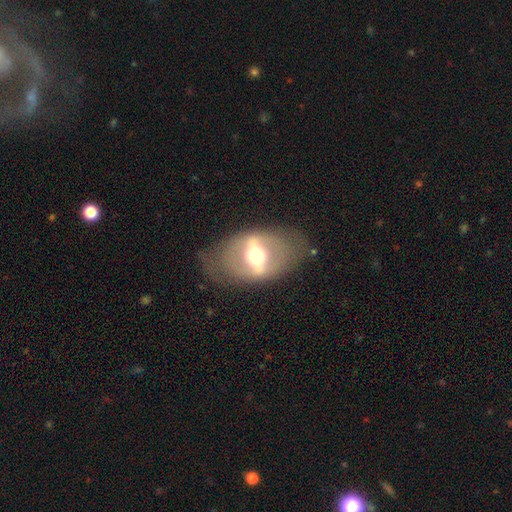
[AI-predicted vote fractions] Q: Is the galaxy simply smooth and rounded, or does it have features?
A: featured or disk — 71%.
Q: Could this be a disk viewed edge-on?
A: no — 82%.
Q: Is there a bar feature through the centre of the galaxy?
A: strong — 73%.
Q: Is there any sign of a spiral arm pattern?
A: no — 77%.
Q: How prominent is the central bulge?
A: moderate — 60%.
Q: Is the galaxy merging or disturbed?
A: none — 68%.